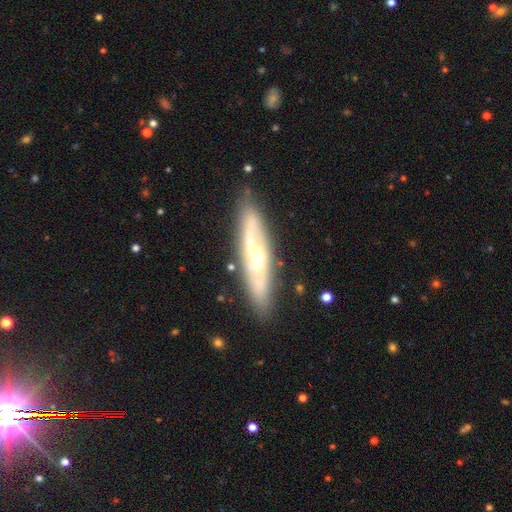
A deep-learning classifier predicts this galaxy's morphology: smooth-or-featured: featured or disk: 74% | smooth: 20% | star or artifact: 6%
  disk-edge-on: no: 68% | yes: 32%
    bar: weak: 44% | no: 38% | strong: 18%
    has-spiral-arms: yes: 87% | no: 13%
    bulge-size: moderate: 55% | small: 24% | large: 16% | none: 3% | dominant: 2%
  merging: none: 81% | minor disturbance: 13% | major disturbance: 4% | merger: 2%